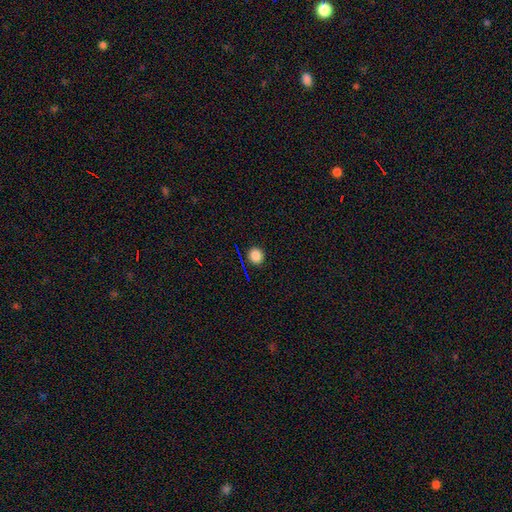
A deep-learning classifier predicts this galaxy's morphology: smooth 81%, star or artifact 15%, featured or disk 5%. Down the decision tree: how rounded — round (92%); merging — none (89%).